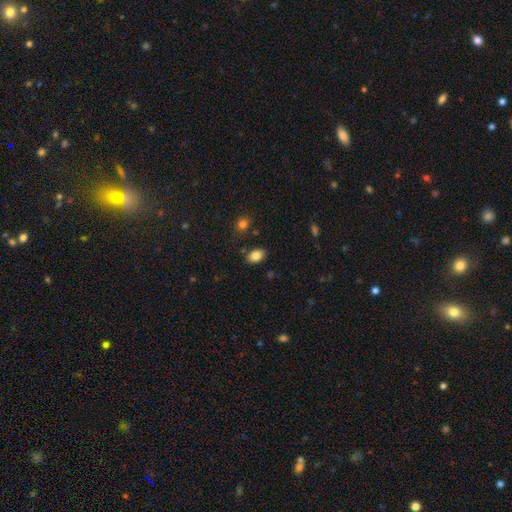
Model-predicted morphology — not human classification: The model was most divided on "how rounded": in between: 85%, round: 14%, cigar-shaped: 1%. More confident: merging — none (84%); smooth or featured — smooth (84%).